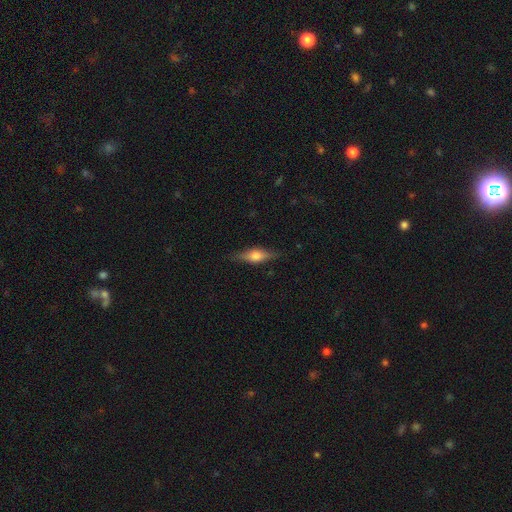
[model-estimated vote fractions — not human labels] Overall: featured or disk (52%; smooth 41%). Edge-on disk: yes (93%). Merging: none (84%).